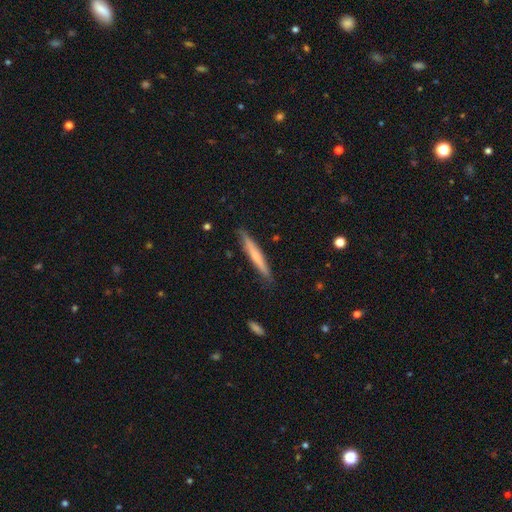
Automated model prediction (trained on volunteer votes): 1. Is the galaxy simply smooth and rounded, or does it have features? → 55% smooth, 39% featured or disk, 6% star or artifact.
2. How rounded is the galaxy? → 96% cigar-shaped, 3% in between, 1% round.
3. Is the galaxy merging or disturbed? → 87% none, 10% minor disturbance, 2% major disturbance, 1% merger.